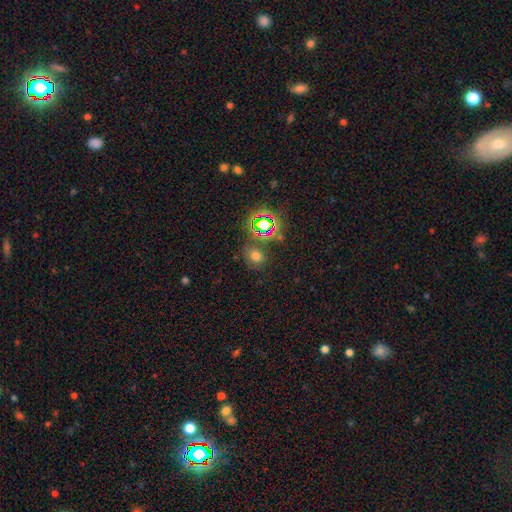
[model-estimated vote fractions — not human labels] This is likely a smooth galaxy (61%). How rounded: likely round (66%). Merging: likely none (75%).